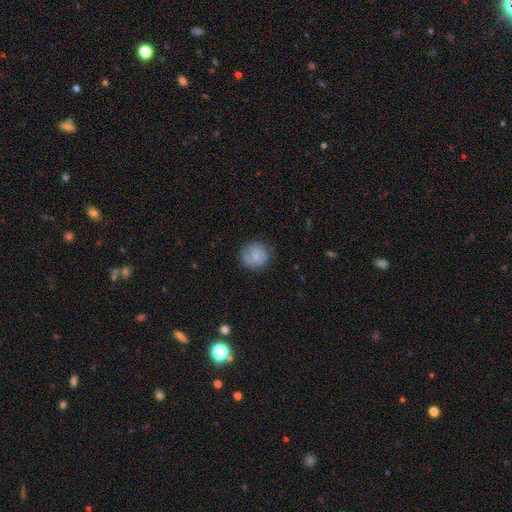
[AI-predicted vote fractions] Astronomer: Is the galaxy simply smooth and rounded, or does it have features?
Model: smooth — 67%.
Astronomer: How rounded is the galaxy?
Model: round — 88%.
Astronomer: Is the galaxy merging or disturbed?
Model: none — 78%.